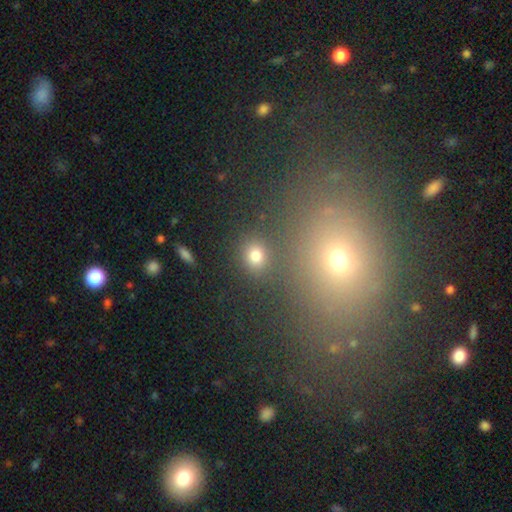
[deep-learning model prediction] A smooth galaxy with no disk features (74%) that is round (71%). Merging: none (84%).